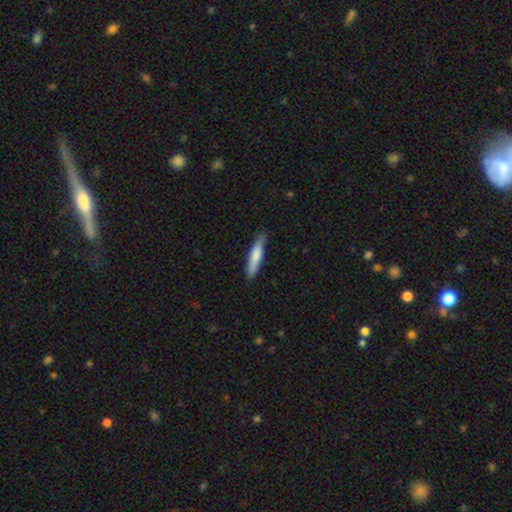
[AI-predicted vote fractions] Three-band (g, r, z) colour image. It shows a smooth galaxy with no disk features (74%) that is cigar-shaped (87%). Merging: none (85%).